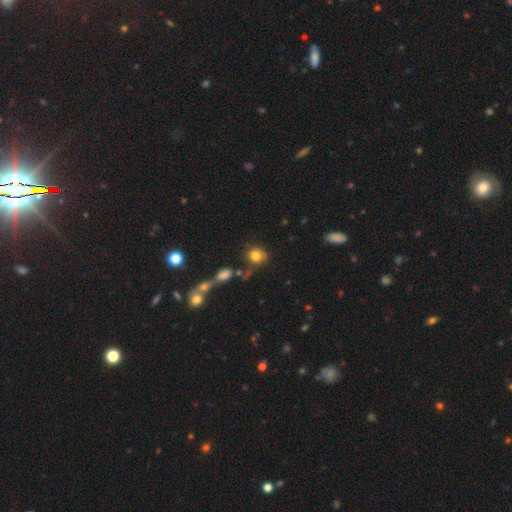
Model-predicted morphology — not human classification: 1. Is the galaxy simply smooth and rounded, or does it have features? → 78% smooth, 11% featured or disk, 11% star or artifact.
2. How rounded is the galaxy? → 69% round, 30% in between, 2% cigar-shaped.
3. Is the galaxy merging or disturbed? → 52% none, 20% minor disturbance, 17% merger, 11% major disturbance.